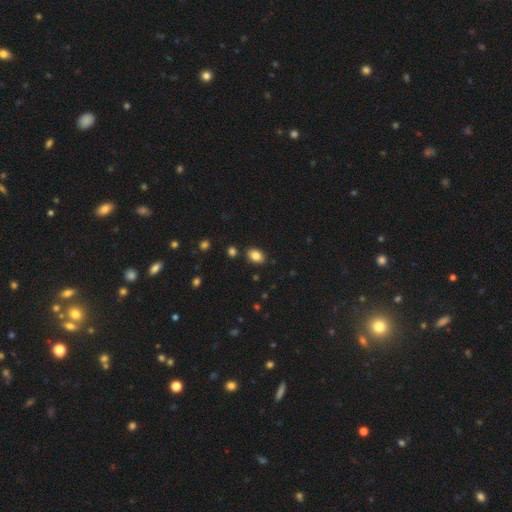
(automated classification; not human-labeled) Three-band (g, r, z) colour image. It shows a smooth galaxy with no disk features (85%) that is in between round and cigar-shaped (81%). Merging: none (86%).